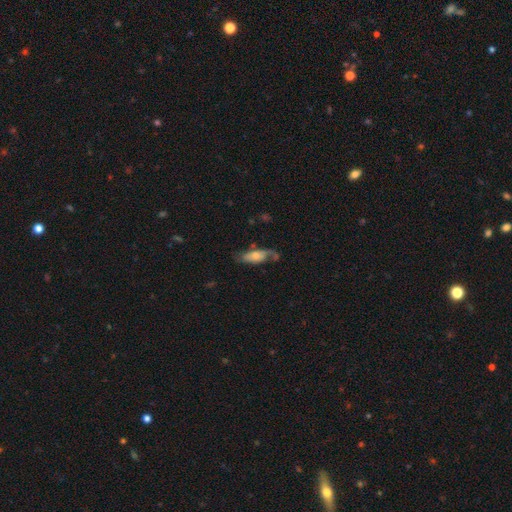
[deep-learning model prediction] Overall: smooth (51%; featured or disk 42%). How rounded: in between (69%). Merging: none (47%; minor disturbance 27%).